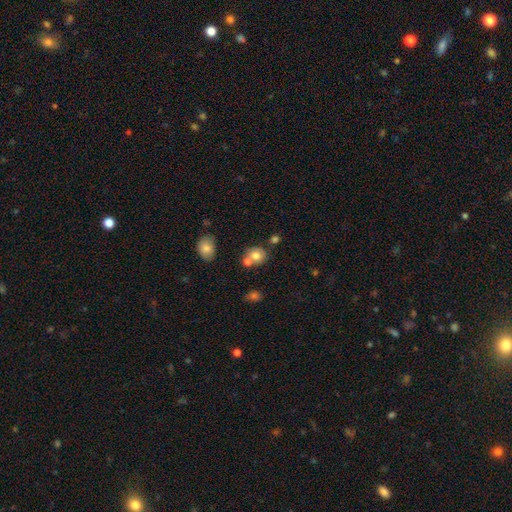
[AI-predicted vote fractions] smooth-or-featured: smooth: 76% | featured or disk: 13% | star or artifact: 11%
  how-rounded: round: 71% | in between: 28% | cigar-shaped: 1%
  merging: none: 51% | merger: 33% | minor disturbance: 12% | major disturbance: 4%